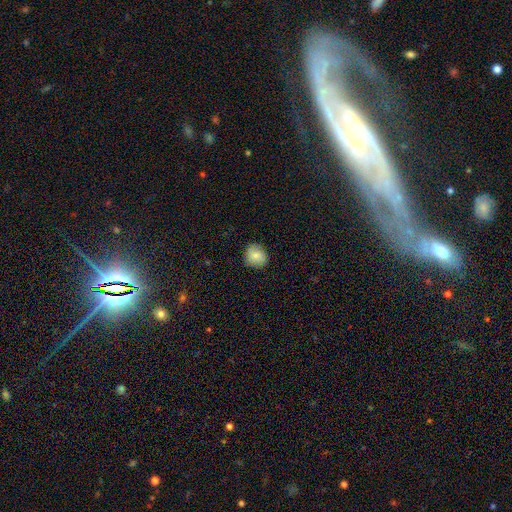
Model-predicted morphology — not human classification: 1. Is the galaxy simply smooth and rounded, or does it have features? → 81% smooth, 11% featured or disk, 8% star or artifact.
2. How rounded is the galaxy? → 72% round, 27% in between, 1% cigar-shaped.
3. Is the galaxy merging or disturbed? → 79% none, 17% minor disturbance, 3% major disturbance, 1% merger.